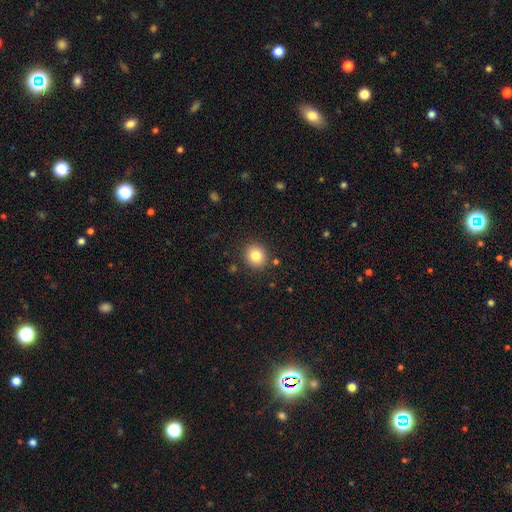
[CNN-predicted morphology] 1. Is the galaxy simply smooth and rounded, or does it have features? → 83% smooth, 11% star or artifact, 7% featured or disk.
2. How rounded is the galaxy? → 87% round, 12% in between, 1% cigar-shaped.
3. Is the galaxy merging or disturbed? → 89% none, 7% minor disturbance, 2% major disturbance, 2% merger.